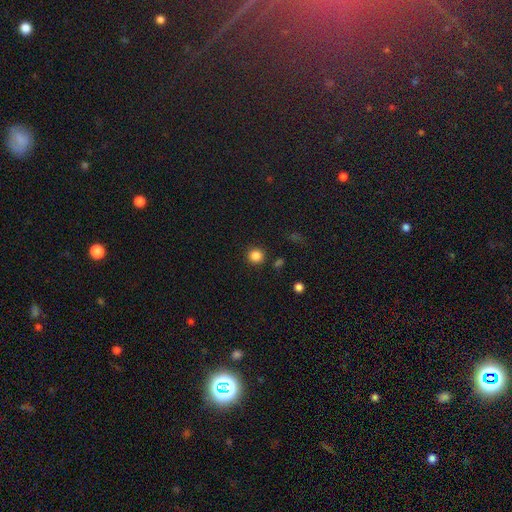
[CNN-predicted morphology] smooth 85%, star or artifact 12%, featured or disk 4%. Down the decision tree: how rounded — round (93%); merging — none (89%).